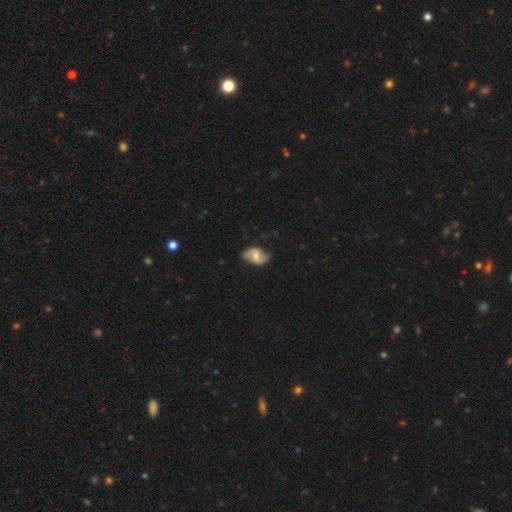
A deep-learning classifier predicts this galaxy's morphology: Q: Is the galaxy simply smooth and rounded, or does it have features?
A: featured or disk — 65%.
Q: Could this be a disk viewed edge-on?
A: no — 96%.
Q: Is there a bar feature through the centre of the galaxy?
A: no — 48%.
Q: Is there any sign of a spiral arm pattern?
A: yes — 89%.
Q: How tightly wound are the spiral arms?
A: loose — 48%.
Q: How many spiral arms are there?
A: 2 — 89%.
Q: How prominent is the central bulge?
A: moderate — 56%.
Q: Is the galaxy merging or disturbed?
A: none — 71%.